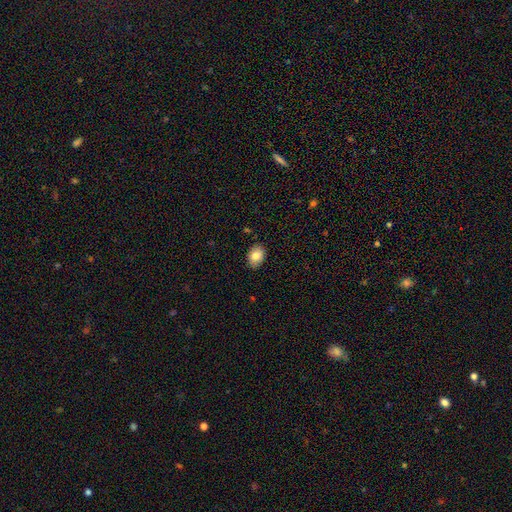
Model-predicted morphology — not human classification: smooth 84%, featured or disk 8%, star or artifact 8%. Down the decision tree: how rounded — in between (80%); merging — none (85%).